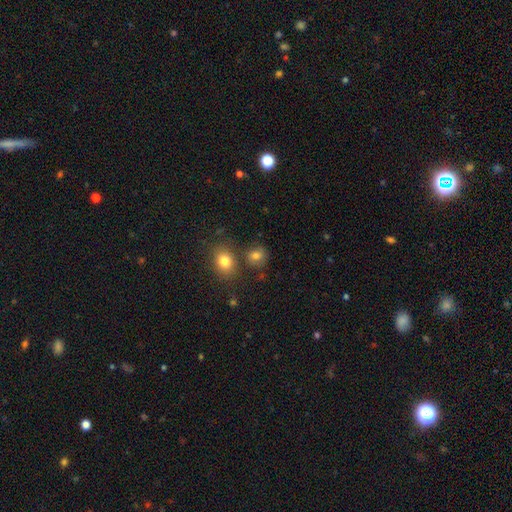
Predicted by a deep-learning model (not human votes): smooth 79%, star or artifact 13%, featured or disk 8%. Down the decision tree: how rounded — round (71%); merging — none (74%).